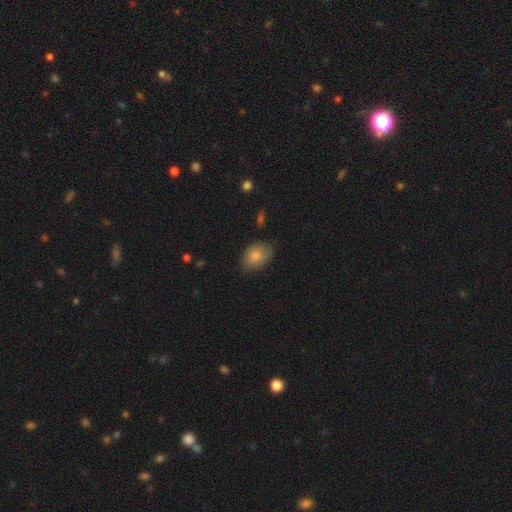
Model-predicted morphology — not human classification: Smooth or featured? Predicted: smooth (p=0.83). How rounded? Predicted: in between (p=0.72). Merging? Predicted: none (p=0.70).